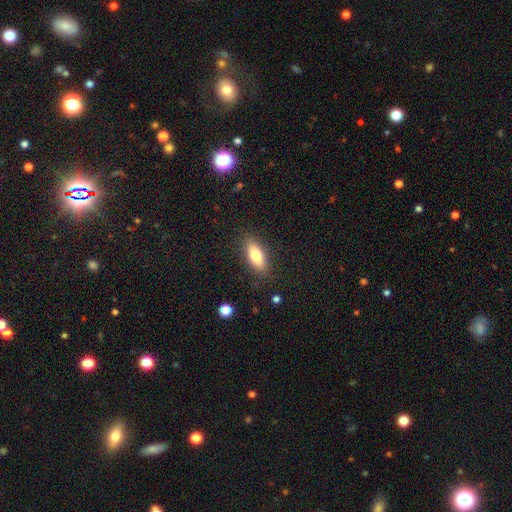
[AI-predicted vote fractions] This appears to be a smooth galaxy with no disk features (76%) that is in between round and cigar-shaped (75%). Merging: none (86%).